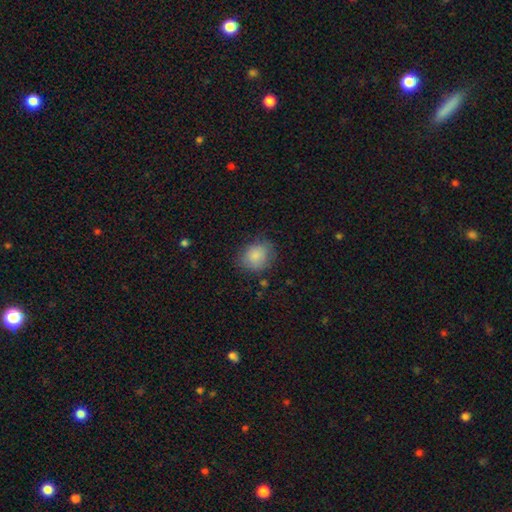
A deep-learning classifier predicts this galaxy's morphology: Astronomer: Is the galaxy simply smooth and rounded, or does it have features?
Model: smooth — 85%.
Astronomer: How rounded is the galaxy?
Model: round — 67%.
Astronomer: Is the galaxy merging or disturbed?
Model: none — 73%.